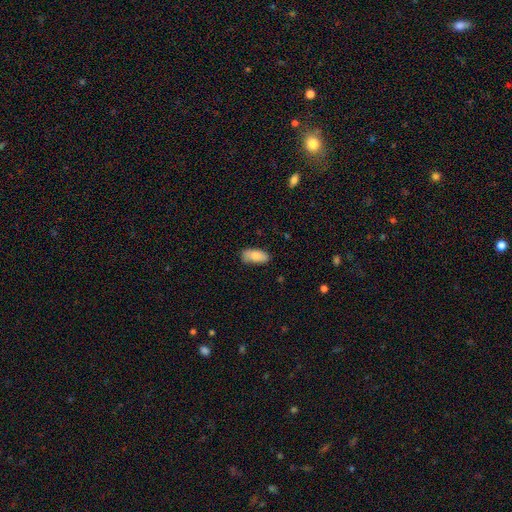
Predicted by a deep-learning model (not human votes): smooth-or-featured: smooth: 82% | featured or disk: 11% | star or artifact: 6%
  how-rounded: in between: 92% | cigar-shaped: 6% | round: 2%
  merging: none: 79% | minor disturbance: 17% | major disturbance: 3% | merger: 1%